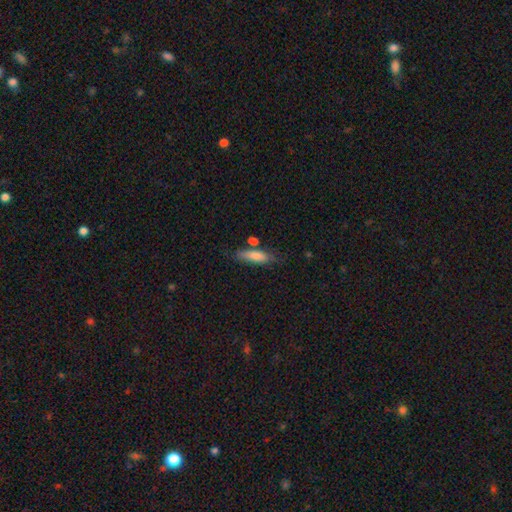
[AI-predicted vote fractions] A smooth galaxy with no disk features (78%) that is cigar-shaped (62%).

Vote fractions:
- Smooth or featured? smooth: 78% / featured or disk: 16% / star or artifact: 6%
- How rounded? cigar-shaped: 62% / in between: 35% / round: 2%
- Merging? none: 64% / minor disturbance: 19% / merger: 12% / major disturbance: 5%